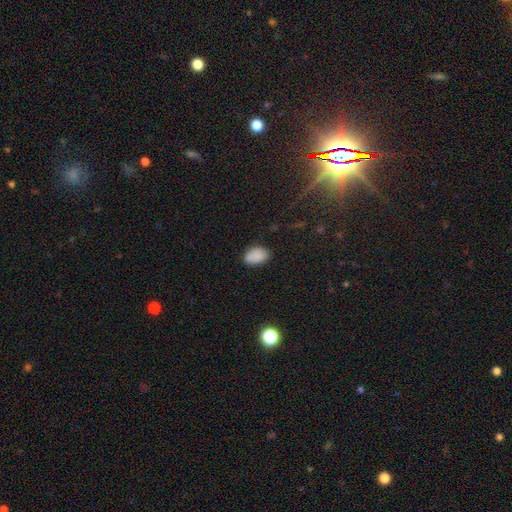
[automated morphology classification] A smooth galaxy with no disk features (87%) that is in between round and cigar-shaped (90%). Merging: none (83%).